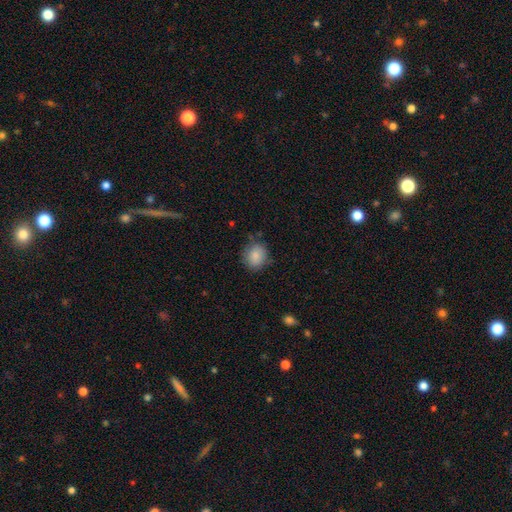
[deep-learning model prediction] Overall: smooth (86%). How rounded: round (70%). Merging: none (78%).